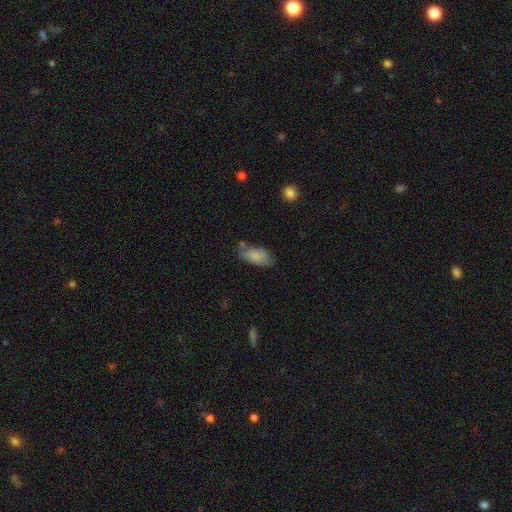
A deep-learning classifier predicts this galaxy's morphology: smooth_or_featured: smooth (p=0.83) [alt: featured or disk p=0.11]
how_rounded: in between (p=0.90) [alt: cigar-shaped p=0.07]
merging: none (p=0.63) [alt: minor disturbance p=0.25]